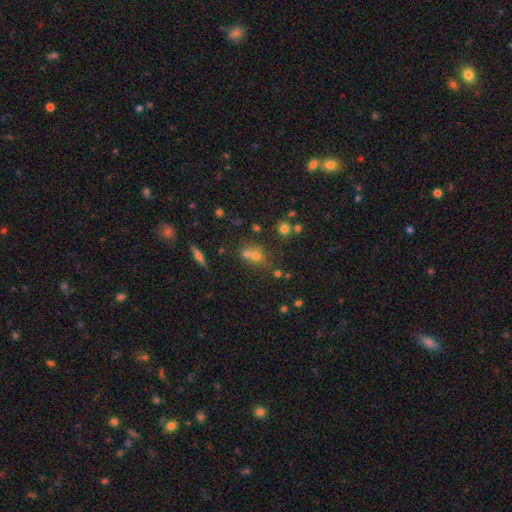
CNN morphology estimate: This is possibly a smooth galaxy (59%). How rounded: likely round (63%). Merging: marginally merger (45%).